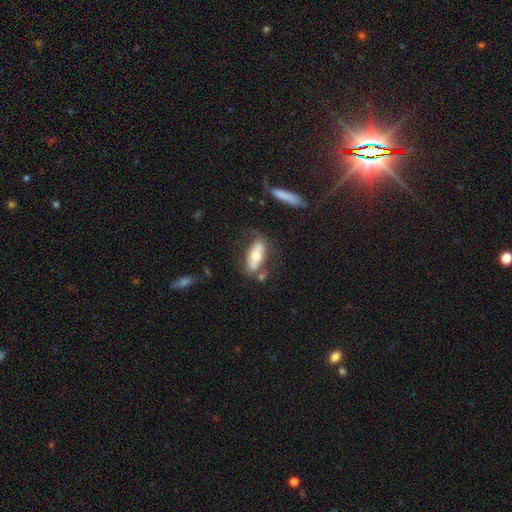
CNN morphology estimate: The model was most divided on "smooth or featured": smooth: 55%, featured or disk: 39%, star or artifact: 7%. More confident: how rounded — in between (72%); merging — none (60%).